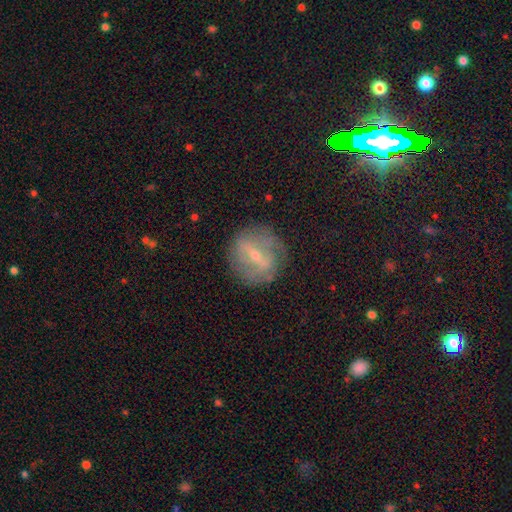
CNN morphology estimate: smooth-or-featured: featured or disk: 66% | smooth: 24% | star or artifact: 10%
  disk-edge-on: no: 87% | yes: 13%
    bar: strong: 49% | weak: 37% | no: 14%
    has-spiral-arms: no: 56% | yes: 44%
    bulge-size: small: 67% | moderate: 29% | none: 2% | large: 1% | dominant: 1%
  merging: none: 78% | minor disturbance: 14% | major disturbance: 6% | merger: 1%